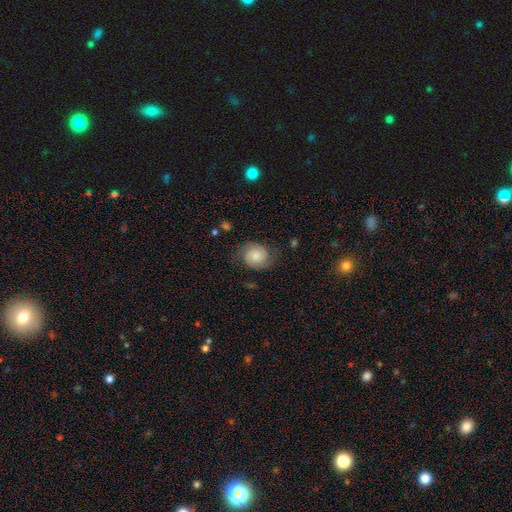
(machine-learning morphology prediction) Overall: smooth (47%; featured or disk 44%). Merging: none (71%).